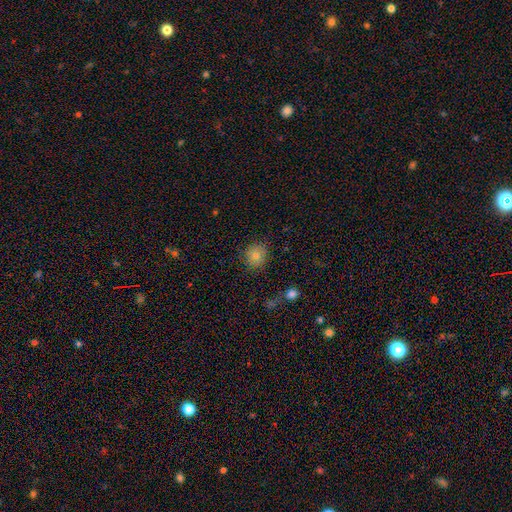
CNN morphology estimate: Smooth or featured? Predicted: smooth (p=0.77). How rounded? Predicted: round (p=0.88). Merging? Predicted: none (p=0.85).